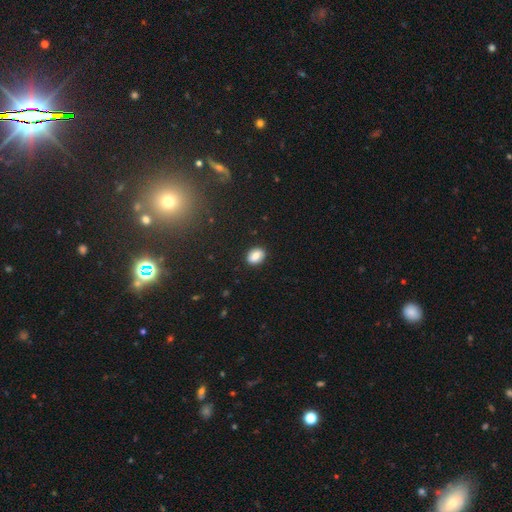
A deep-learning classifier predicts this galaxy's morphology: A smooth galaxy with no disk features (79%) that is in between round and cigar-shaped (65%).

Vote fractions:
- Smooth or featured? smooth: 79% / featured or disk: 12% / star or artifact: 9%
- How rounded? in between: 65% / round: 33% / cigar-shaped: 1%
- Merging? none: 87% / minor disturbance: 10% / major disturbance: 2% / merger: 1%